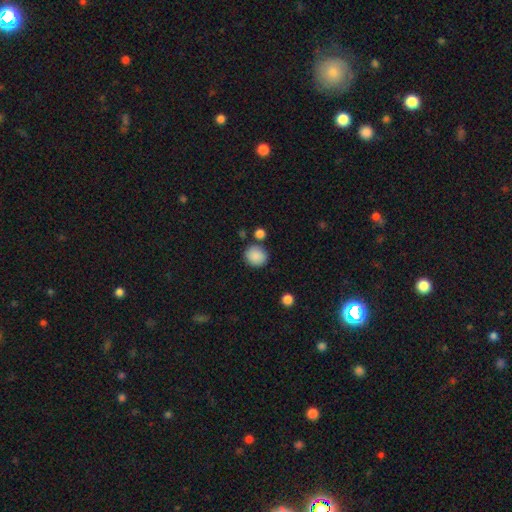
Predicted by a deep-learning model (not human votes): Smooth or featured? Predicted: smooth (p=0.88). How rounded? Predicted: round (p=0.82). Merging? Predicted: none (p=0.79).